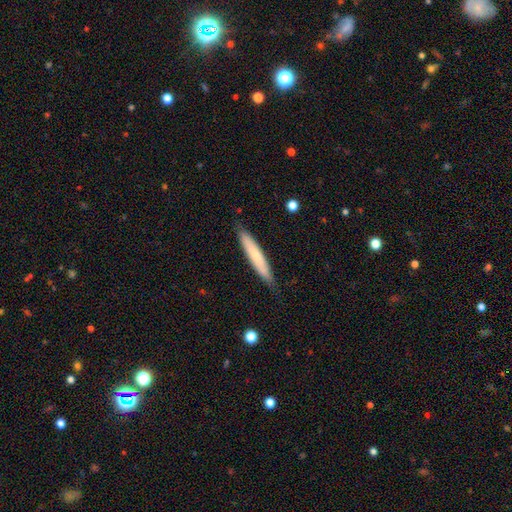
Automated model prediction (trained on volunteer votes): Overall: smooth (69%). How rounded: cigar-shaped (92%). Merging: none (85%).